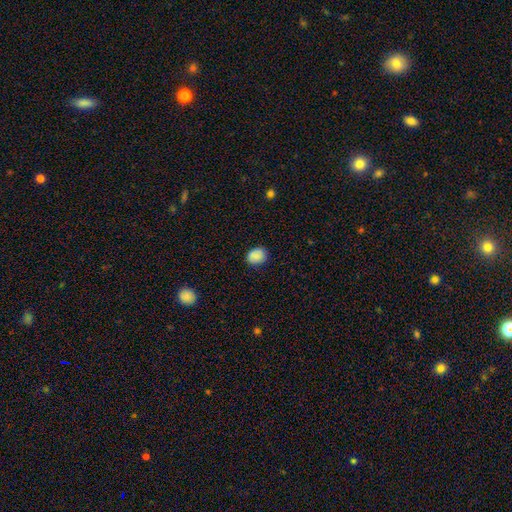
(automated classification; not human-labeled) Overall: smooth (79%). How rounded: round (58%; in between 41%). Merging: none (80%).